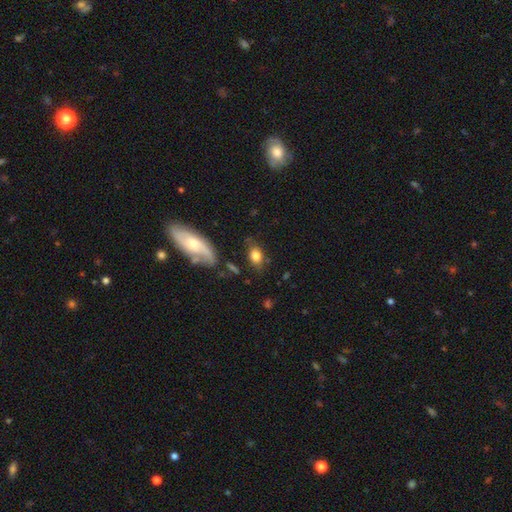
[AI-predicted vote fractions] Smooth or featured: smooth — 78% (featured or disk — 13%)
How rounded: in between — 78% (round — 18%)
Merging: none — 69% (minor disturbance — 19%)